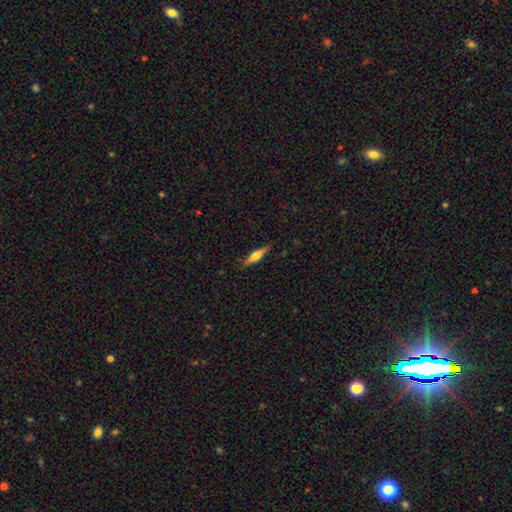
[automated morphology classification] smooth_or_featured: featured or disk (p=0.55) [alt: smooth p=0.39]
disk_edge_on: yes (p=0.96) [alt: no p=0.04]
edge_on_bulge: rounded (p=0.86) [alt: boxy p=0.10]
merging: none (p=0.88) [alt: minor disturbance p=0.09]